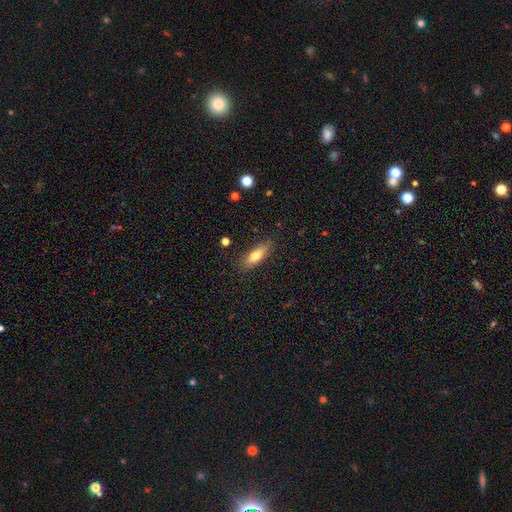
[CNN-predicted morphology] This appears to be a smooth galaxy with no disk features (73%) that is in between round and cigar-shaped (59%). Merging: none (84%).